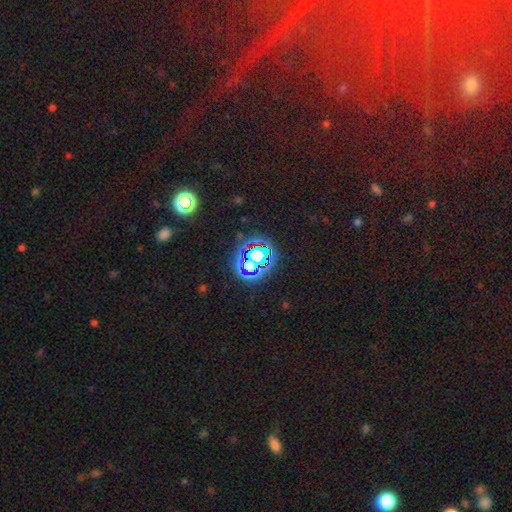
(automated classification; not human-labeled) A star or artifact, not a galaxy (64%).

Vote fractions:
- Smooth or featured? star or artifact: 64% / smooth: 21% / featured or disk: 15%